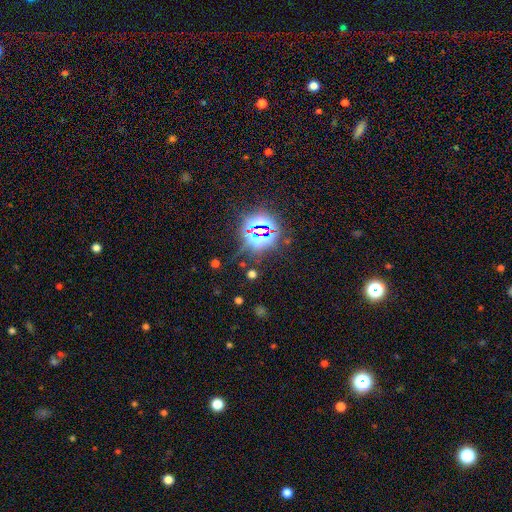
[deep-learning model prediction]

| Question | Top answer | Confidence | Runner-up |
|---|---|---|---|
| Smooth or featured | star or artifact | 84% | smooth (10%) |